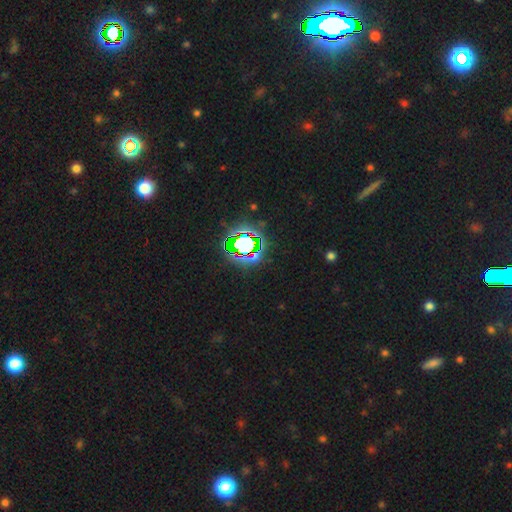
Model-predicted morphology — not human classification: Smooth or featured?
  - star or artifact: 79% *
  - smooth: 13%
  - featured or disk: 8%